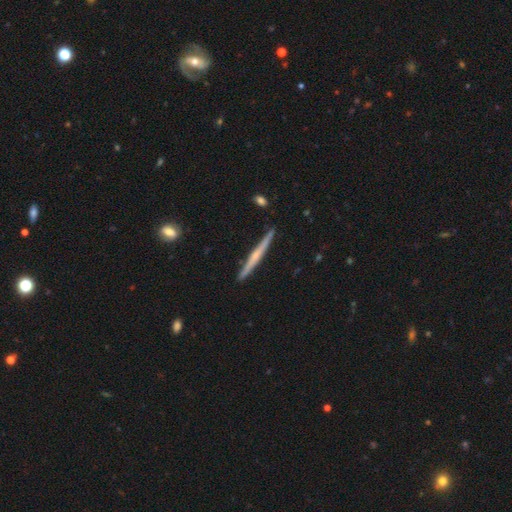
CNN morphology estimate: Smooth or featured?
  - featured or disk: 65% *
  - smooth: 30%
  - star or artifact: 6%
Edge-on disk?
  - yes: 98% *
  - no: 2%
Edge-on bulge?
  - rounded: 51% *
  - none: 42%
  - boxy: 7%
Merging?
  - none: 90% *
  - minor disturbance: 8%
  - merger: 2%
  - major disturbance: 1%